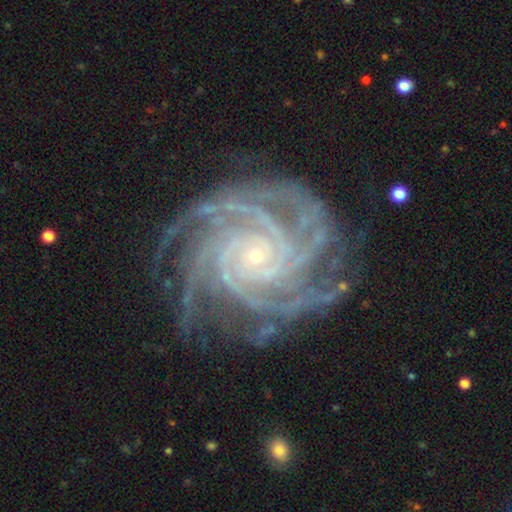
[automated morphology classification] This appears to be a featured or disk galaxy (93%) with no bar (70%), more than 4 (33%) tight (79%) spiral arms (99%) and a small central bulge (87%). Merging: none (79%).